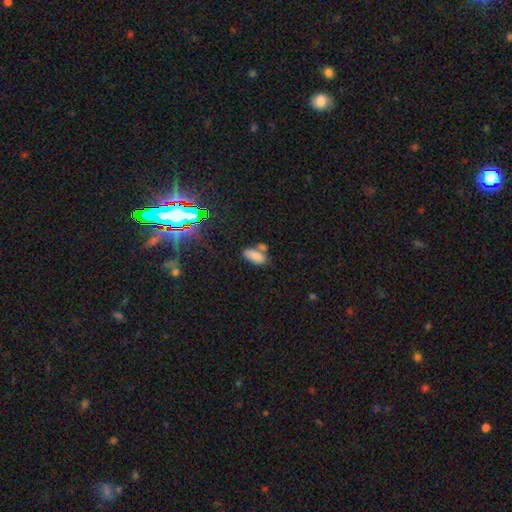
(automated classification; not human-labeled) This appears to be a smooth galaxy with no disk features (80%) that is in between round and cigar-shaped (86%). Merging: none (48%).